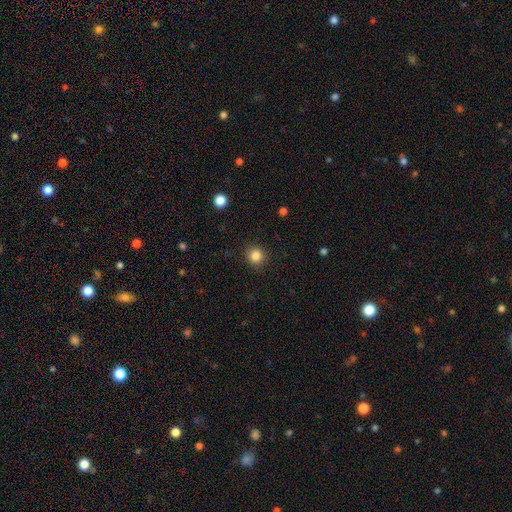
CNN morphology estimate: The model was most divided on "smooth or featured": smooth: 84%, star or artifact: 12%, featured or disk: 5%. More confident: how rounded — round (92%); merging — none (91%).